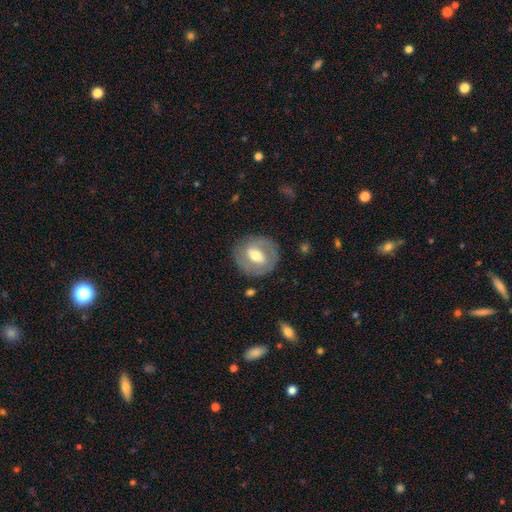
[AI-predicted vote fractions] Overall: featured or disk (61%; smooth 33%). Edge-on disk: no (95%). Bar: weak (44%; strong 31%). Spiral arms: yes (52%; no 48%). Bulge size: moderate (67%). Merging: none (81%).